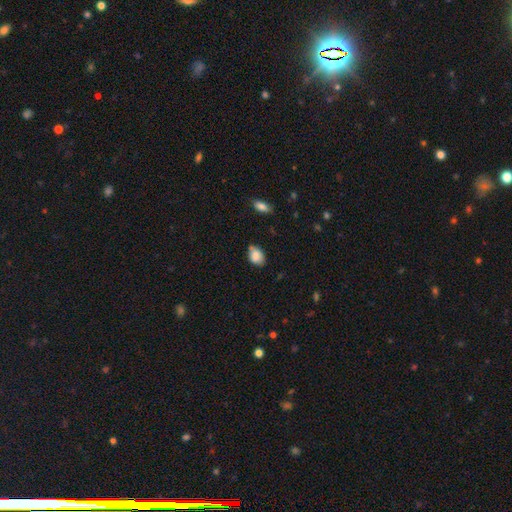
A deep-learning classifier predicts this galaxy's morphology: smooth-or-featured: smooth: 84% | star or artifact: 8% | featured or disk: 8%
  how-rounded: in between: 77% | round: 22% | cigar-shaped: 1%
  merging: none: 62% | minor disturbance: 28% | merger: 5% | major disturbance: 5%